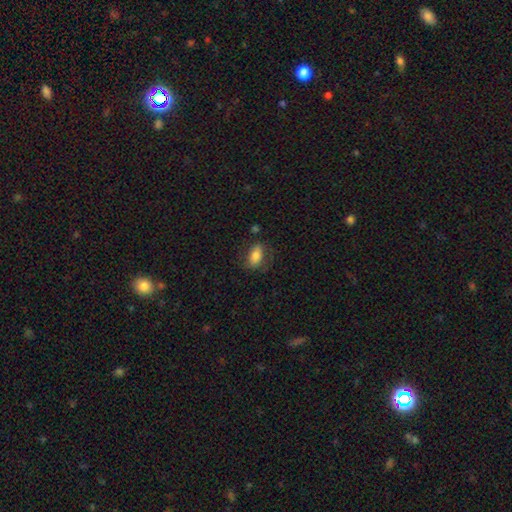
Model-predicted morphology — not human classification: Smooth or featured? smooth (76%)
How rounded? in between (86%)
Merging? none (70%)